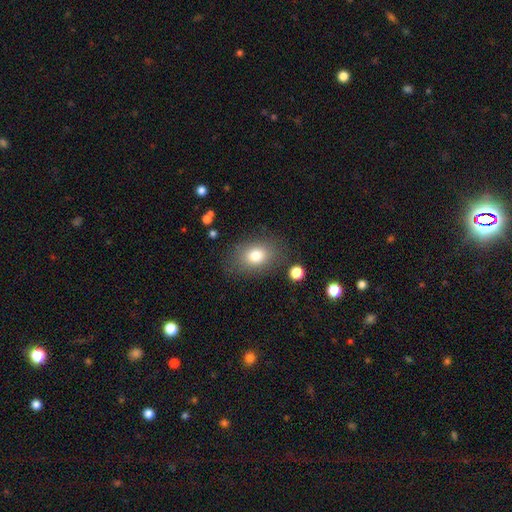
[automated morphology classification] smooth_or_featured: smooth (p=0.80) [alt: featured or disk p=0.11]
how_rounded: in between (p=0.73) [alt: round p=0.25]
merging: none (p=0.78) [alt: minor disturbance p=0.14]